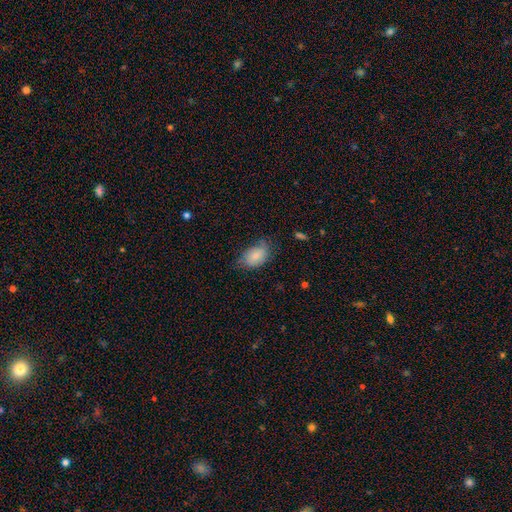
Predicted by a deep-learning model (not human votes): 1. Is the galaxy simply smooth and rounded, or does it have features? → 79% smooth, 13% featured or disk, 7% star or artifact.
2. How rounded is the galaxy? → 89% in between, 10% round, 1% cigar-shaped.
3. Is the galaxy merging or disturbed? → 51% none, 36% minor disturbance, 11% major disturbance, 2% merger.